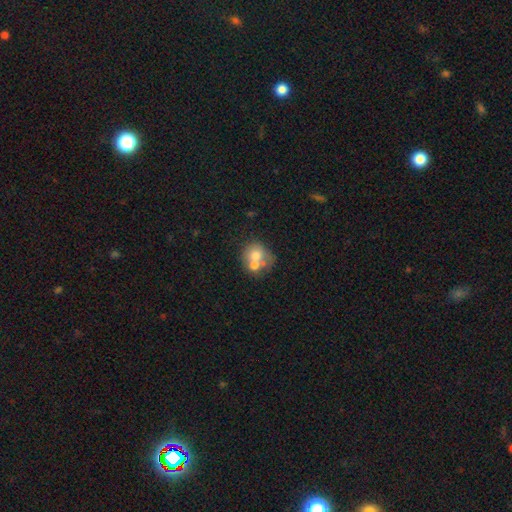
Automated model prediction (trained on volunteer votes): Smooth or featured? Predicted: smooth (p=0.62). How rounded? Predicted: round (p=0.70). Merging? Predicted: merger (p=0.56).